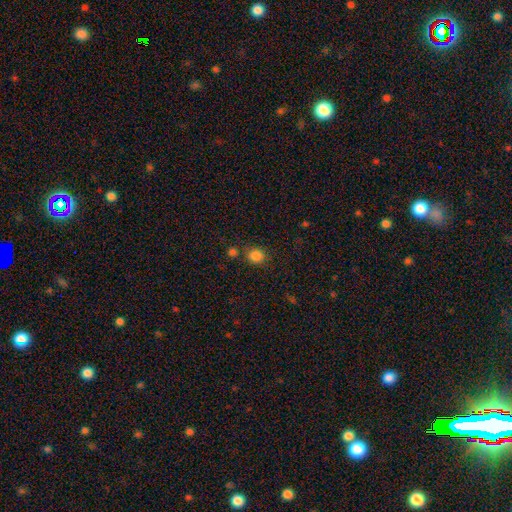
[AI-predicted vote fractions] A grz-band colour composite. It shows a smooth galaxy with no disk features (84%) that is round (78%). Merging: none (77%).